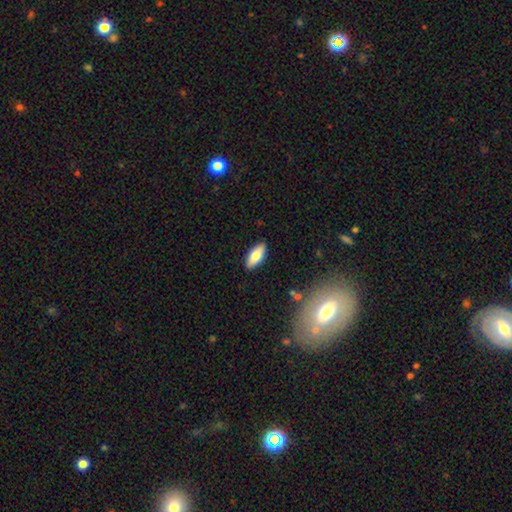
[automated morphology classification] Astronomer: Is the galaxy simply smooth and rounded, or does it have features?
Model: smooth — 79%.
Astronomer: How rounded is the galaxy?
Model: in between — 82%.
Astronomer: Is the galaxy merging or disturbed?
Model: none — 88%.